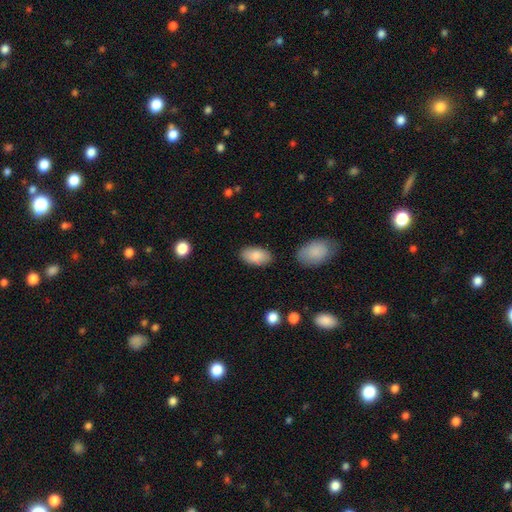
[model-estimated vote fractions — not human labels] smooth 87%, featured or disk 7%, star or artifact 6%. Down the decision tree: how rounded — in between (95%); merging — none (84%).